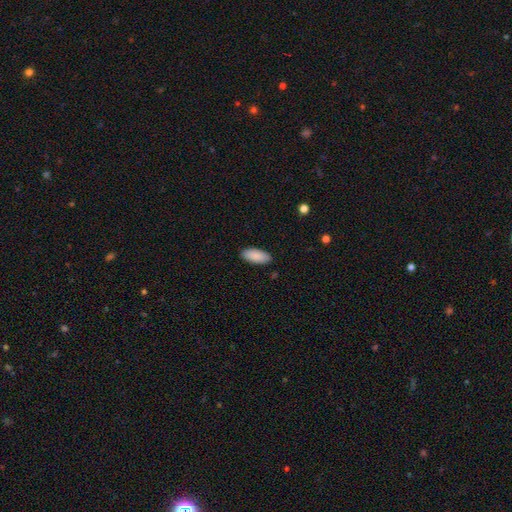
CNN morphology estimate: Smooth or featured? Predicted: smooth (p=0.90). How rounded? Predicted: in between (p=0.87). Merging? Predicted: none (p=0.89).